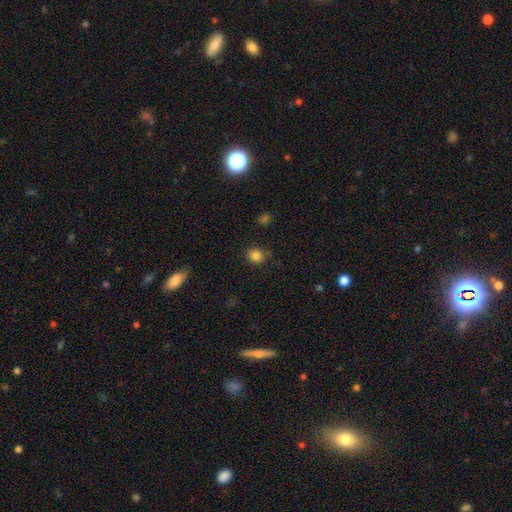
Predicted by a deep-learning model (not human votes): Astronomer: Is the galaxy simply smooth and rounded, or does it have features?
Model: smooth — 84%.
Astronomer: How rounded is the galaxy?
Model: round — 80%.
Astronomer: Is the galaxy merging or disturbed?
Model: none — 82%.